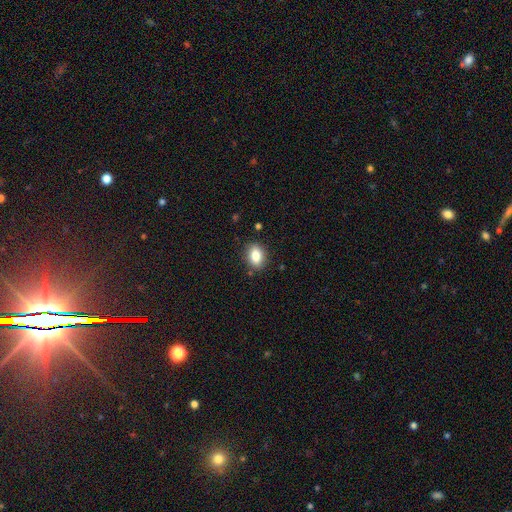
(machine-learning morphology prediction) The model was most divided on "how rounded": in between: 74%, round: 25%, cigar-shaped: 2%. More confident: merging — none (86%); smooth or featured — smooth (83%).